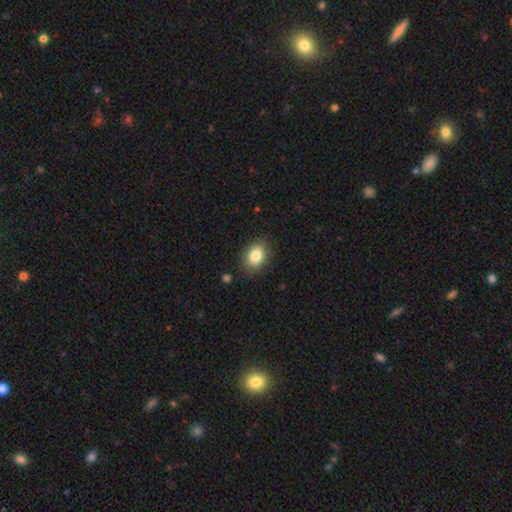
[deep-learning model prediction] Q: Smooth or featured?
A: smooth (84%); runner-up: star or artifact (8%)
Q: How rounded?
A: in between (74%); runner-up: round (25%)
Q: Merging?
A: none (85%); runner-up: minor disturbance (11%)